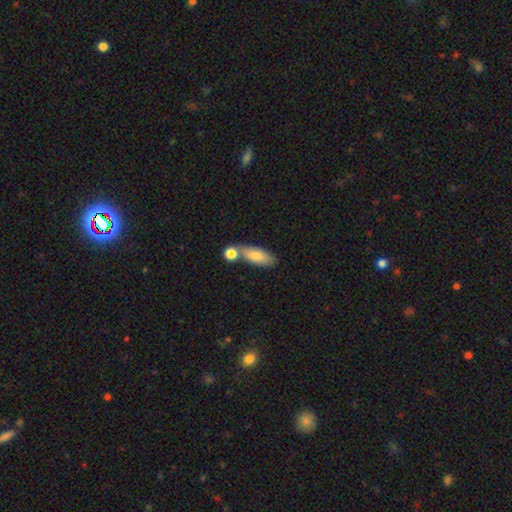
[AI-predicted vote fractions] smooth_or_featured: smooth (p=0.77) [alt: featured or disk p=0.17]
how_rounded: in between (p=0.75) [alt: cigar-shaped p=0.21]
merging: none (p=0.52) [alt: merger p=0.31]